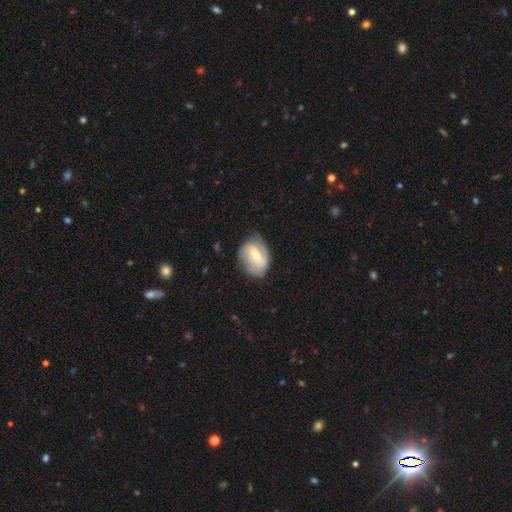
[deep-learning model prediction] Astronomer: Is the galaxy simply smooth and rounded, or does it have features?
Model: featured or disk — 57% (runner-up: smooth, 37%).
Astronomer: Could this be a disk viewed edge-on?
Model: no — 96%.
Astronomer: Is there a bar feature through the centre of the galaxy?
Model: weak — 42% (runner-up: no, 35%).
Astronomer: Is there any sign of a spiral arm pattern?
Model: yes — 70%.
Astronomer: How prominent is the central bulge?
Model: small — 50% (runner-up: moderate, 45%).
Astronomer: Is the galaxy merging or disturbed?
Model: none — 65%.